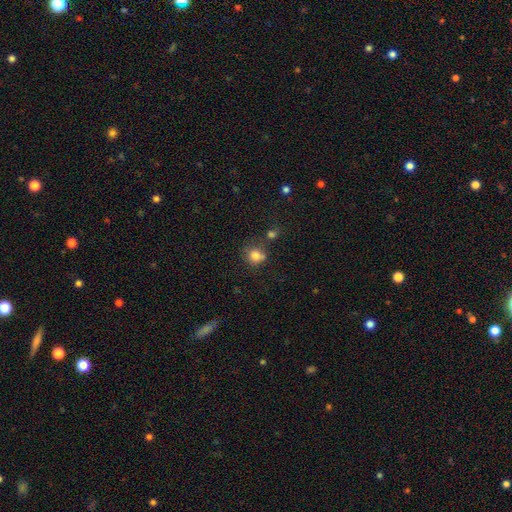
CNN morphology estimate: The model was most divided on "merging": none: 58%, minor disturbance: 18%, merger: 18%, major disturbance: 7%. More confident: how rounded — round (80%); smooth or featured — smooth (80%).